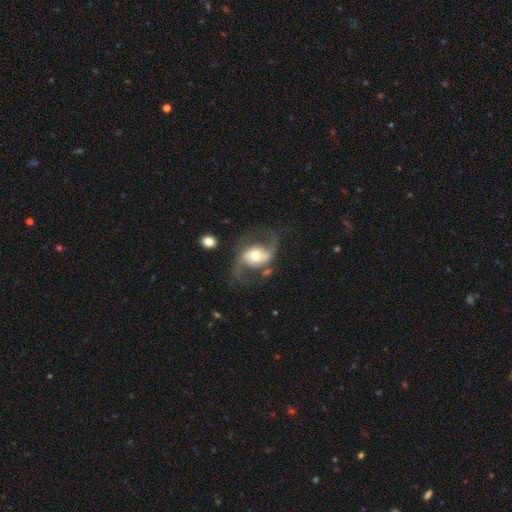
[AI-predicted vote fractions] The model was most divided on "spiral winding": loose: 57%, medium: 36%, tight: 7%. More confident: edge-on disk — no (97%); spiral arms — yes (93%); spiral arm count — 2 (92%); smooth or featured — featured or disk (84%); bulge size — moderate (68%); merging — none (66%); bar — no (54%).